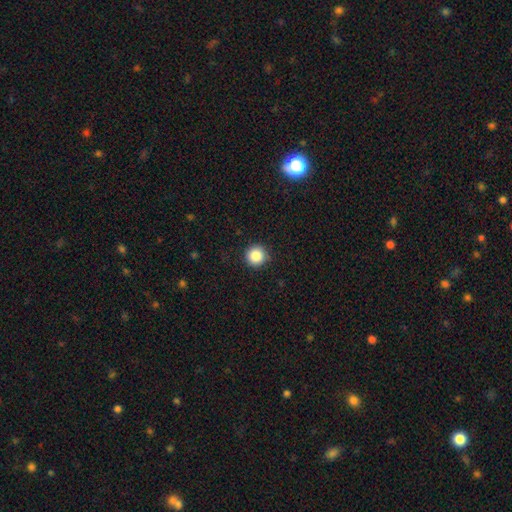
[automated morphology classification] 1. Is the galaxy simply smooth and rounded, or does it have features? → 86% smooth, 10% star or artifact, 4% featured or disk.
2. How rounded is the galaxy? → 96% round, 3% in between, 1% cigar-shaped.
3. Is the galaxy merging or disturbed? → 91% none, 6% minor disturbance, 2% major disturbance, 1% merger.